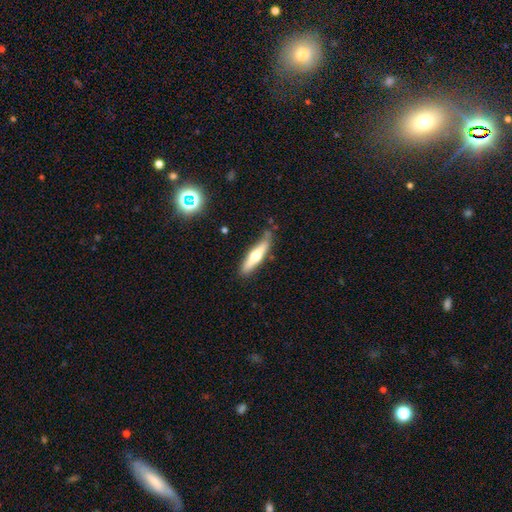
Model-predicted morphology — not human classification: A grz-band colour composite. It shows a smooth galaxy with no disk features (48%). Merging: none (77%).